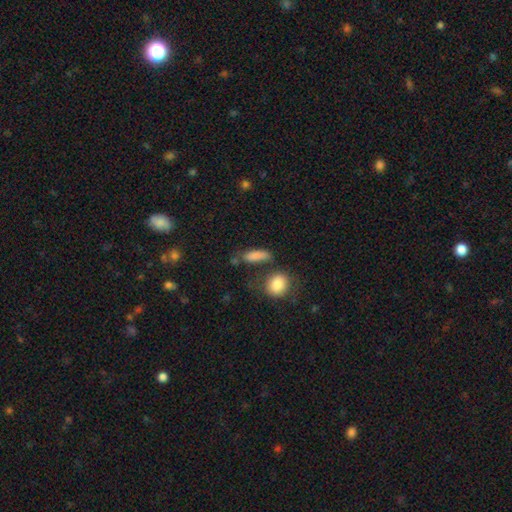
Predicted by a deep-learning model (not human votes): The model was most divided on "how rounded": in between: 58%, cigar-shaped: 34%, round: 8%. More confident: smooth or featured — smooth (83%); merging — none (57%).